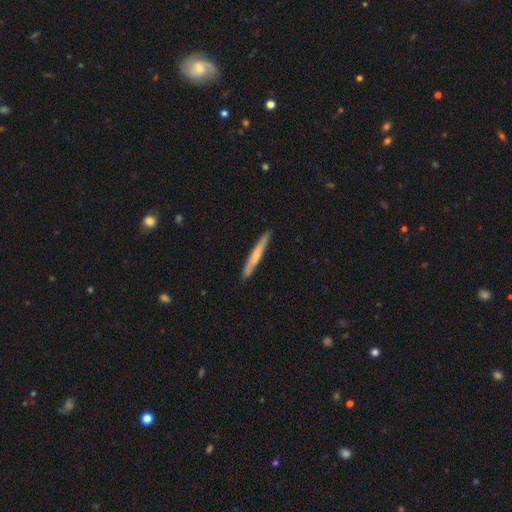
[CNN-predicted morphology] This is possibly a smooth galaxy (54%). How rounded: clearly cigar-shaped (96%). Merging: clearly none (91%).